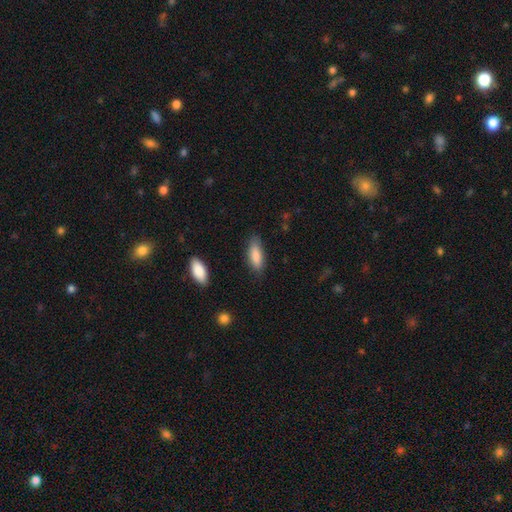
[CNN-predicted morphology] smooth-or-featured: smooth: 85% | featured or disk: 9% | star or artifact: 6%
  how-rounded: in between: 65% | cigar-shaped: 33% | round: 2%
  merging: none: 80% | minor disturbance: 15% | major disturbance: 3% | merger: 2%